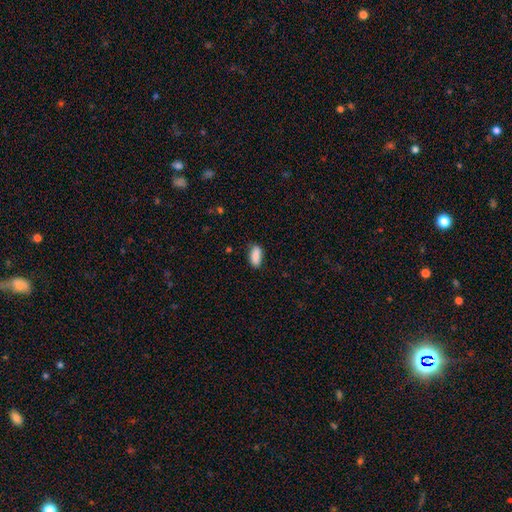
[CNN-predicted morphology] This appears to be a smooth galaxy with no disk features (88%) that is in between round and cigar-shaped (87%). Merging: none (79%).